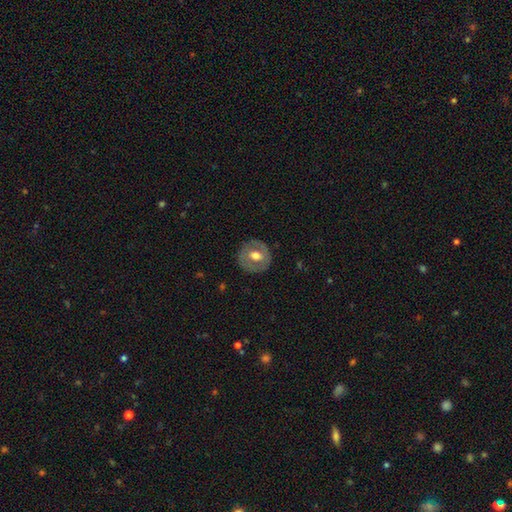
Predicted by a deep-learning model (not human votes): Q: Smooth or featured?
A: smooth (48%); runner-up: featured or disk (46%)
Q: Merging?
A: none (83%); runner-up: minor disturbance (12%)